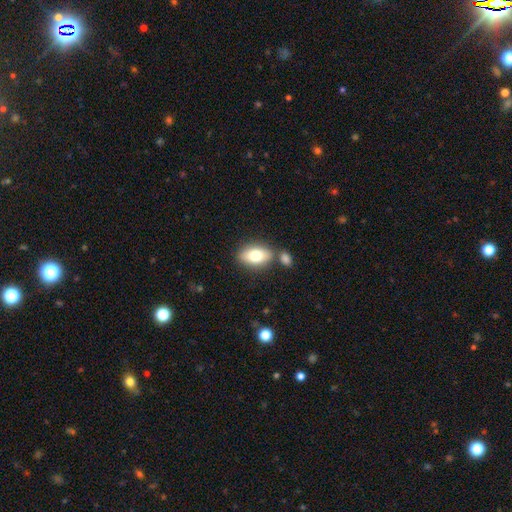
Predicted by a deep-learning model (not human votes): Morphology: type=smooth (76%); roundness=in between (88%); merging=none (68%).